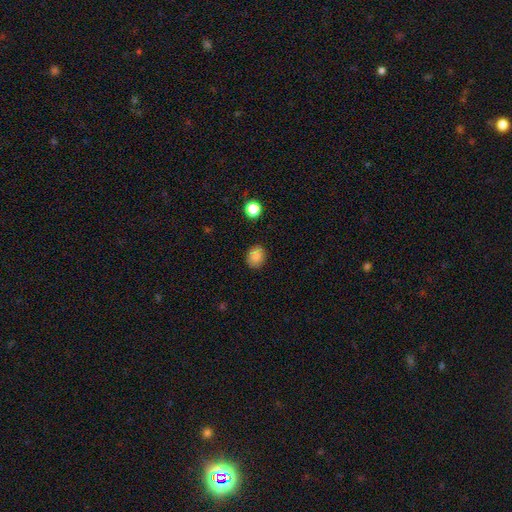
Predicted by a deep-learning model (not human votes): This is clearly a smooth galaxy (86%). How rounded: possibly round (50%). Merging: clearly none (86%).